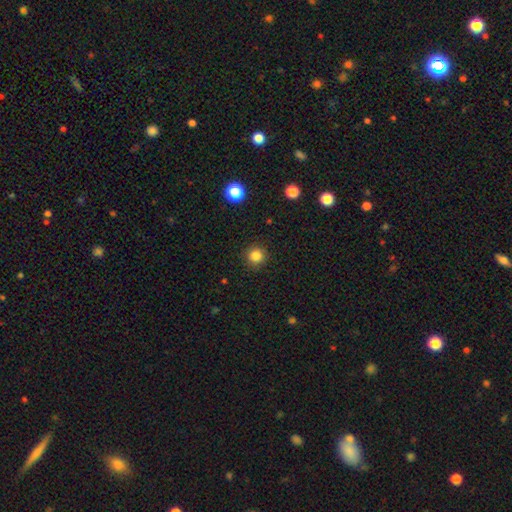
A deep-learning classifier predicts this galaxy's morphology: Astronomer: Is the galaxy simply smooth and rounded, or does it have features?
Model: smooth — 84%.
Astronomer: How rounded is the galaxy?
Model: round — 94%.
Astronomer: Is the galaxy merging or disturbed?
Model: none — 92%.